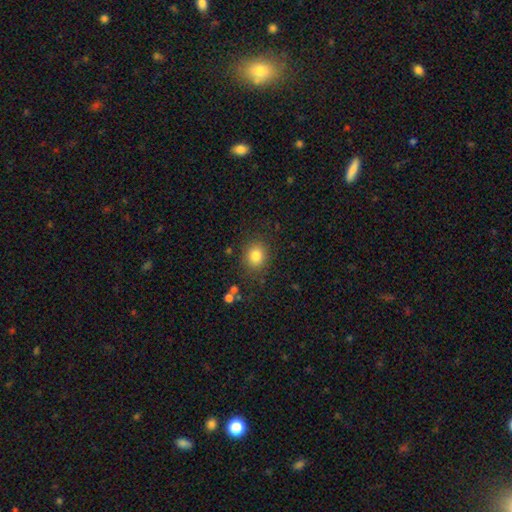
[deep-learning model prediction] This appears to be a smooth galaxy with no disk features (82%) that is round (66%). Merging: none (84%).